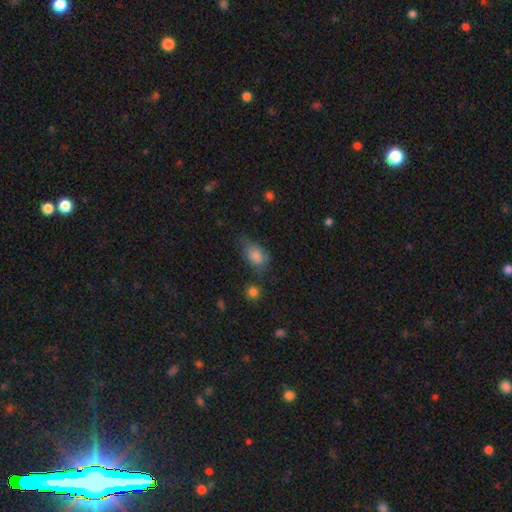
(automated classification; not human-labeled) This is clearly a smooth galaxy (80%). How rounded: clearly in between (83%). Merging: possibly none (53%).